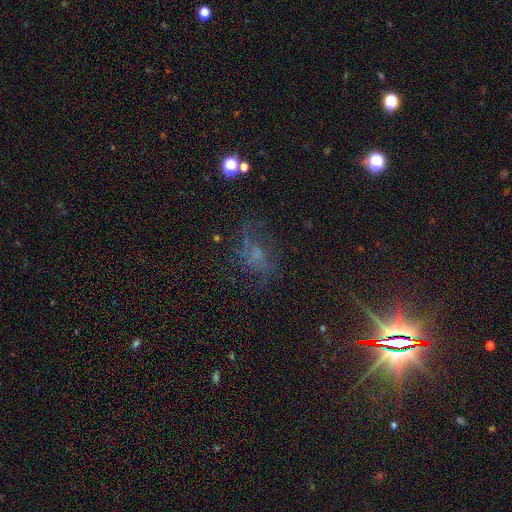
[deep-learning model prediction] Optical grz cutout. It shows a featured or disk galaxy (47%). Merging: none (51%).